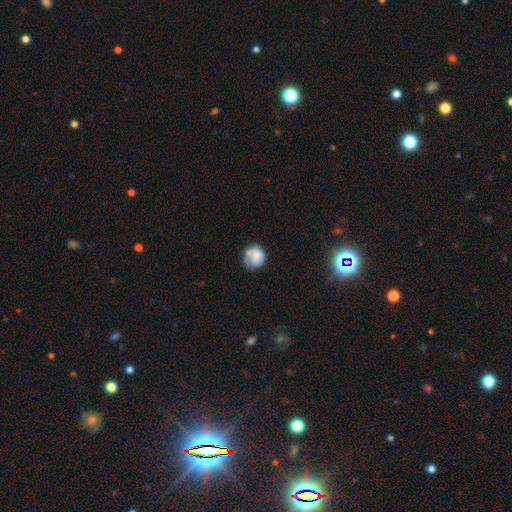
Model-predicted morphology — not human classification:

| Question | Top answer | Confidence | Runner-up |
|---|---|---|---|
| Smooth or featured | smooth | 64% | featured or disk (27%) |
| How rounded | round | 79% | in between (20%) |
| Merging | none | 52% | minor disturbance (26%) |